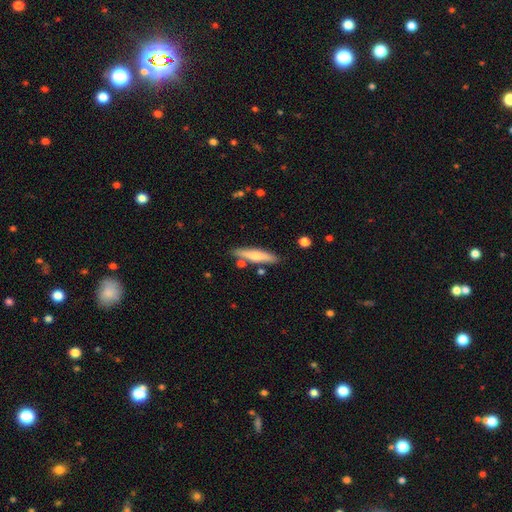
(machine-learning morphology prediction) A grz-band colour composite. It shows a smooth galaxy with no disk features (62%) that is cigar-shaped (86%). Merging: none (80%).